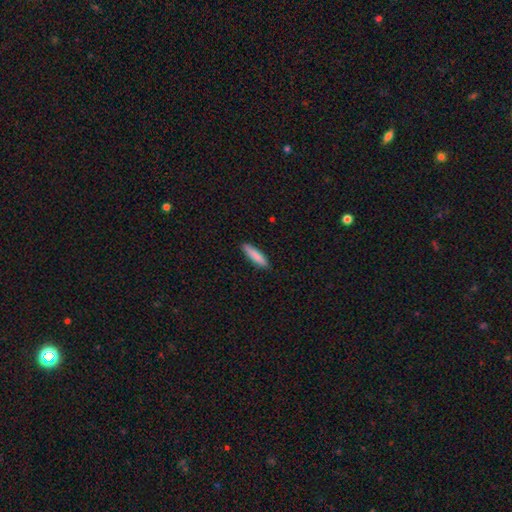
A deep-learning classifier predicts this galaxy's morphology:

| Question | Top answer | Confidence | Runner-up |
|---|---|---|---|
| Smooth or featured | smooth | 86% | featured or disk (9%) |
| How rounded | cigar-shaped | 80% | in between (18%) |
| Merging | none | 89% | minor disturbance (8%) |